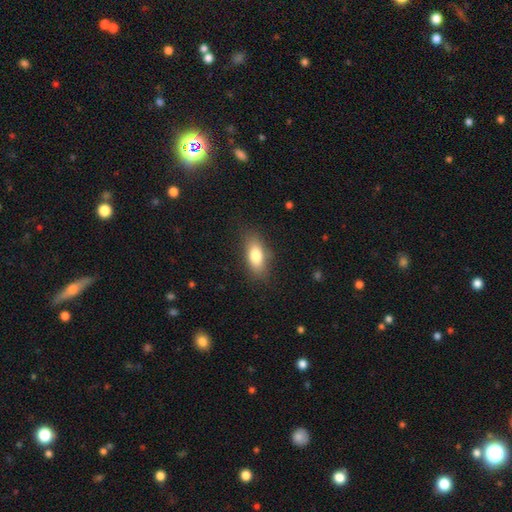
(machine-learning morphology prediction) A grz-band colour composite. It shows a smooth galaxy with no disk features (78%) that is in between round and cigar-shaped (82%). Merging: none (80%).